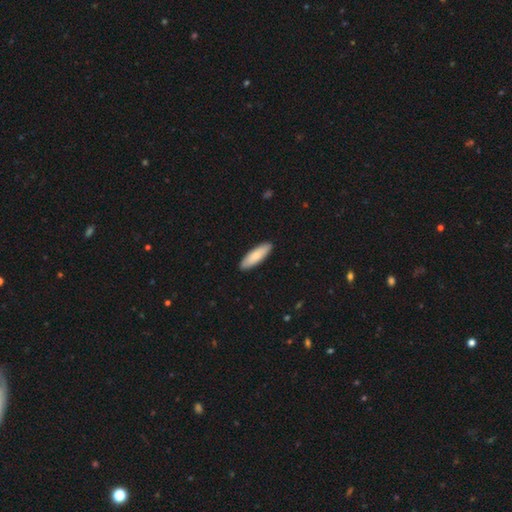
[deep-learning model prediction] Morphology: type=smooth (81%); roundness=cigar-shaped (53%); merging=none (91%).